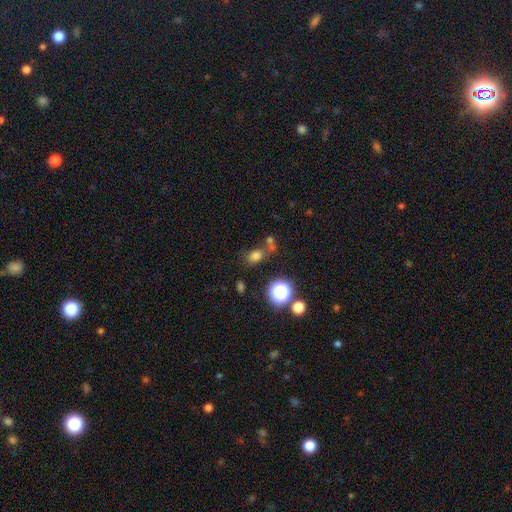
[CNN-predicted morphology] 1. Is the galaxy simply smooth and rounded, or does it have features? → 71% smooth, 21% star or artifact, 8% featured or disk.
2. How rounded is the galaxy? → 53% in between, 45% round, 2% cigar-shaped.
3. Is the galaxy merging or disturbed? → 60% none, 20% merger, 13% minor disturbance, 6% major disturbance.